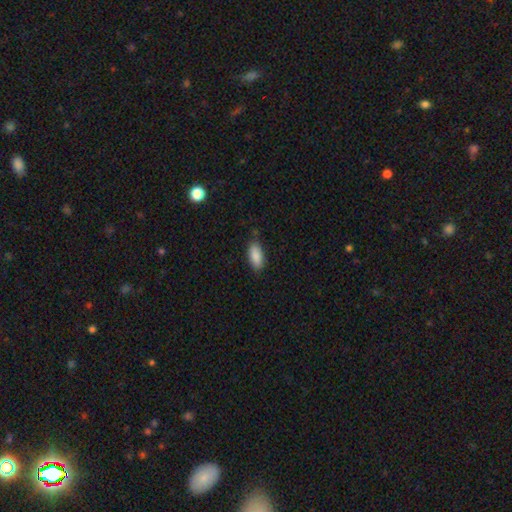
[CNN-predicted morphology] A smooth galaxy with no disk features (89%) that is in between round and cigar-shaped (86%).

Vote fractions:
- Smooth or featured? smooth: 89% / star or artifact: 7% / featured or disk: 5%
- How rounded? in between: 86% / cigar-shaped: 12% / round: 2%
- Merging? none: 80% / minor disturbance: 16% / major disturbance: 3% / merger: 2%